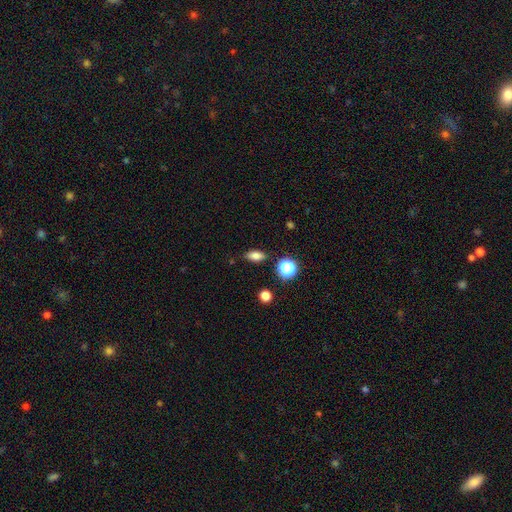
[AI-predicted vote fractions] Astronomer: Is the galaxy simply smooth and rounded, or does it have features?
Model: smooth — 79%.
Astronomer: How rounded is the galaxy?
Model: in between — 80%.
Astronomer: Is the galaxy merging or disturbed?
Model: none — 84%.